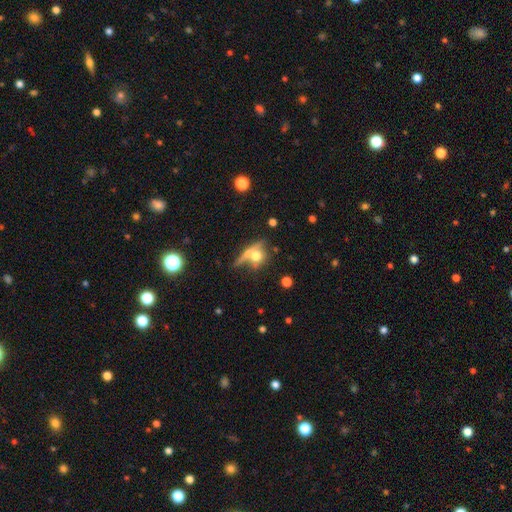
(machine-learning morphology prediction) Q: Smooth or featured?
A: smooth (61%); runner-up: featured or disk (28%)
Q: How rounded?
A: round (60%); runner-up: in between (28%)
Q: Merging?
A: none (41%); runner-up: merger (35%)